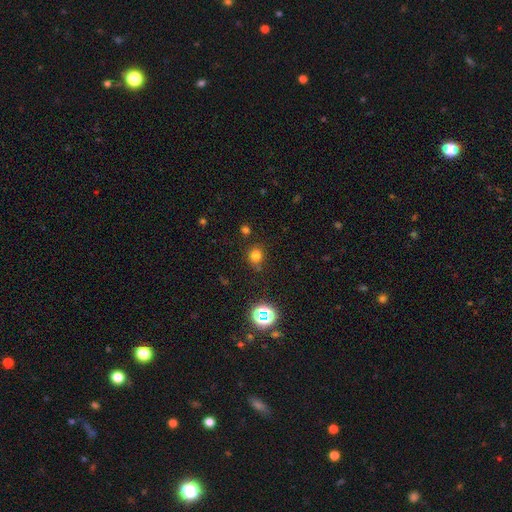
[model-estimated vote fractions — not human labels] Q: Smooth or featured?
A: smooth (74%); runner-up: star or artifact (20%)
Q: How rounded?
A: round (85%); runner-up: in between (14%)
Q: Merging?
A: none (78%); runner-up: minor disturbance (13%)